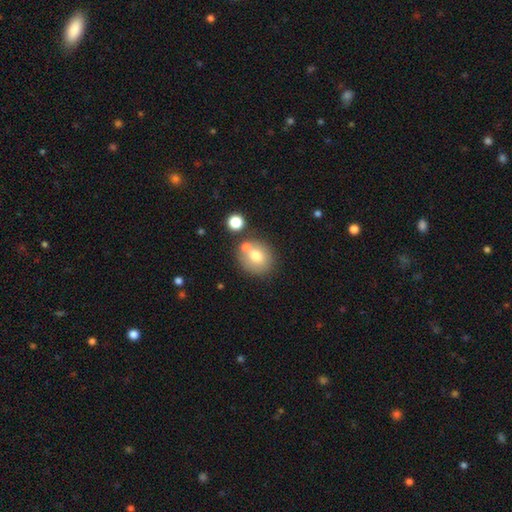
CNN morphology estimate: A smooth galaxy with no disk features (72%) that is round (75%).

Vote fractions:
- Smooth or featured? smooth: 72% / featured or disk: 17% / star or artifact: 11%
- How rounded? round: 75% / in between: 24% / cigar-shaped: 1%
- Merging? none: 63% / merger: 22% / minor disturbance: 12% / major disturbance: 4%